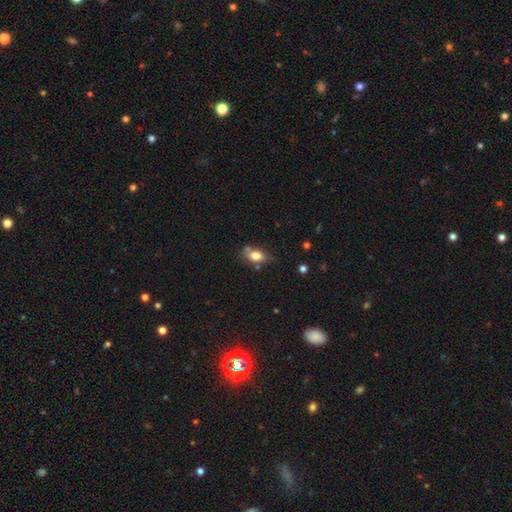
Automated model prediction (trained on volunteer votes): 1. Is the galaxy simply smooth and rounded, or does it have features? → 76% smooth, 16% featured or disk, 9% star or artifact.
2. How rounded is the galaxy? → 82% in between, 12% round, 6% cigar-shaped.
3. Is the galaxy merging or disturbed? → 61% none, 25% minor disturbance, 8% merger, 6% major disturbance.